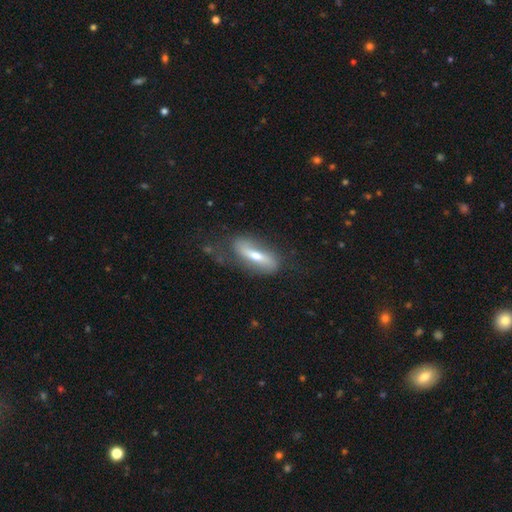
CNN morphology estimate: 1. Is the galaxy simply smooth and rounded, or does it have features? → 65% featured or disk, 27% smooth, 8% star or artifact.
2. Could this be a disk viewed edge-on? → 70% no, 30% yes.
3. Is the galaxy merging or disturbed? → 57% none, 25% minor disturbance, 15% major disturbance, 3% merger.